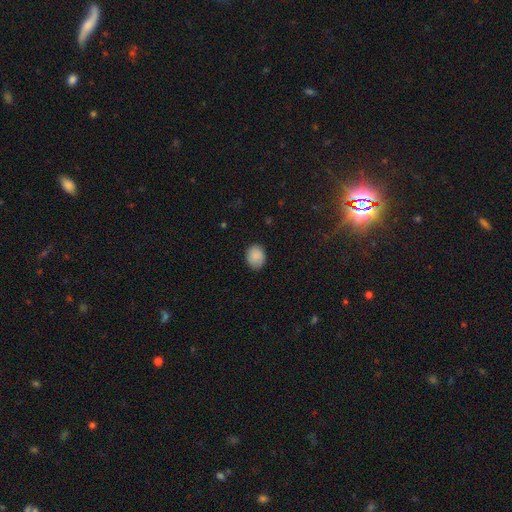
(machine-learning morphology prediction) Smooth or featured? Predicted: smooth (p=0.87). How rounded? Predicted: round (p=0.56). Merging? Predicted: none (p=0.83).